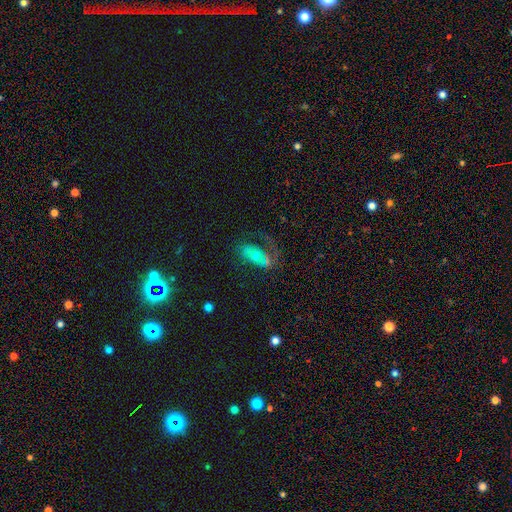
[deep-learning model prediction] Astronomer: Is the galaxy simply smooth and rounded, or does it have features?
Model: featured or disk — 50% (runner-up: smooth, 39%).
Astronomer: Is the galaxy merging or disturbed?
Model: none — 36% (runner-up: major disturbance, 35%).